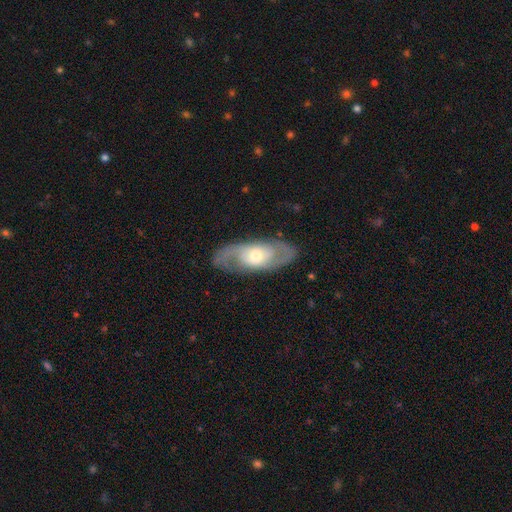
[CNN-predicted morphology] Smooth or featured?
  - featured or disk: 78% *
  - smooth: 17%
  - star or artifact: 5%
Edge-on disk?
  - no: 90% *
  - yes: 10%
Bar?
  - no: 66% *
  - weak: 26%
  - strong: 8%
Spiral arms?
  - yes: 84% *
  - no: 16%
Spiral winding?
  - medium: 45% *
  - tight: 33%
  - loose: 23%
Spiral arm count?
  - 2: 80% *
  - can't tell: 12%
  - 1: 4%
  - 3: 2%
  - 4: 1%
  - more than 4: 1%
Bulge size?
  - moderate: 60% *
  - small: 31%
  - large: 7%
  - dominant: 1%
  - none: 1%
Merging?
  - none: 79% *
  - minor disturbance: 13%
  - major disturbance: 6%
  - merger: 1%